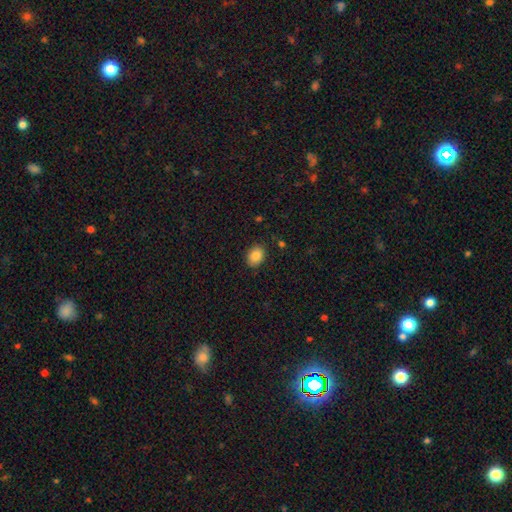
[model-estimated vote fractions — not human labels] Overall: smooth (85%). How rounded: in between (58%; round 41%). Merging: none (88%).